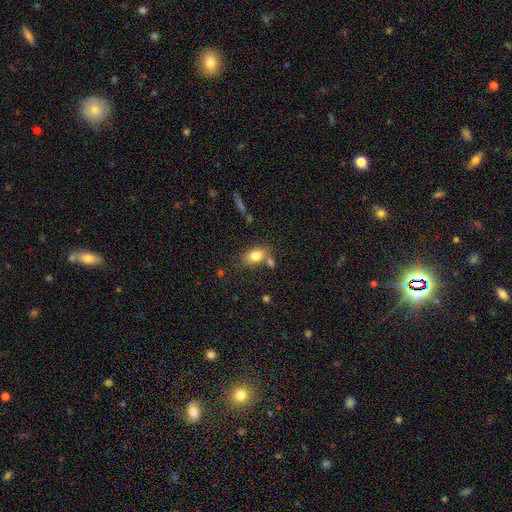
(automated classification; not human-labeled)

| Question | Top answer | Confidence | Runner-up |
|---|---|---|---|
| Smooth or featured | smooth | 80% | featured or disk (12%) |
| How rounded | in between | 87% | round (10%) |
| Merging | none | 64% | merger (17%) |